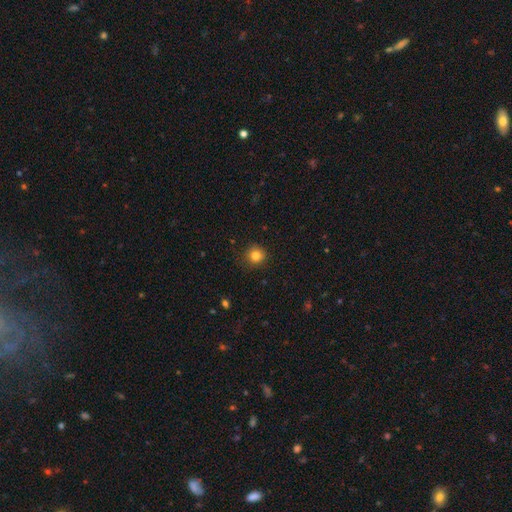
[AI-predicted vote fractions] Smooth or featured?
  - smooth: 82% *
  - star or artifact: 13%
  - featured or disk: 6%
How rounded?
  - round: 93% *
  - in between: 6%
  - cigar-shaped: 1%
Merging?
  - none: 88% *
  - minor disturbance: 8%
  - major disturbance: 2%
  - merger: 1%